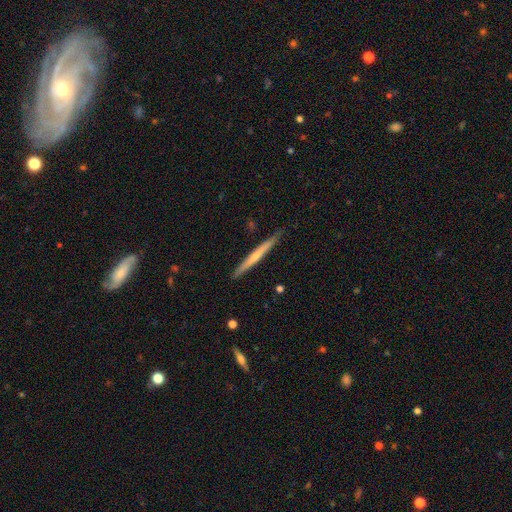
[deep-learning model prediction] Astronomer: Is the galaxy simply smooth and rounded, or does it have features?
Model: featured or disk — 49% (runner-up: smooth, 46%).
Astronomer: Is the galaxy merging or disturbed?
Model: none — 88%.